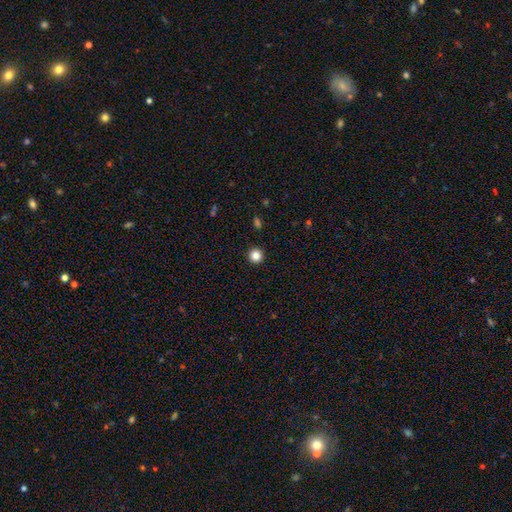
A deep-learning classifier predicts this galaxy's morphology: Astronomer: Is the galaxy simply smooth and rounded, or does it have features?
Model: smooth — 85%.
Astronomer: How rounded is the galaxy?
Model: round — 95%.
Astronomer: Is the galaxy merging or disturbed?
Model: none — 93%.